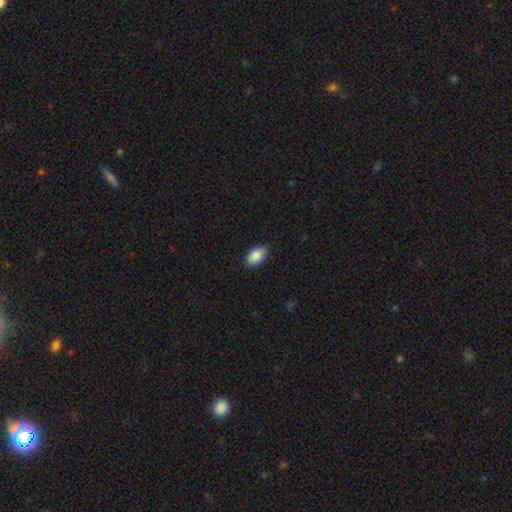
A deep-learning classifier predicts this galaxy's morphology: Smooth or featured? smooth (88%)
How rounded? in between (93%)
Merging? none (87%)